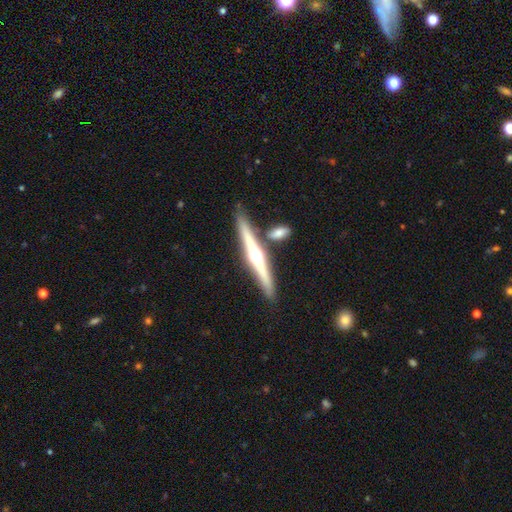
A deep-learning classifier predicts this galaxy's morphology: Smooth or featured: featured or disk — 75% (smooth — 20%)
Edge-on disk: yes — 97% (no — 3%)
Edge-on bulge: rounded — 92% (boxy — 4%)
Merging: none — 77% (merger — 12%)